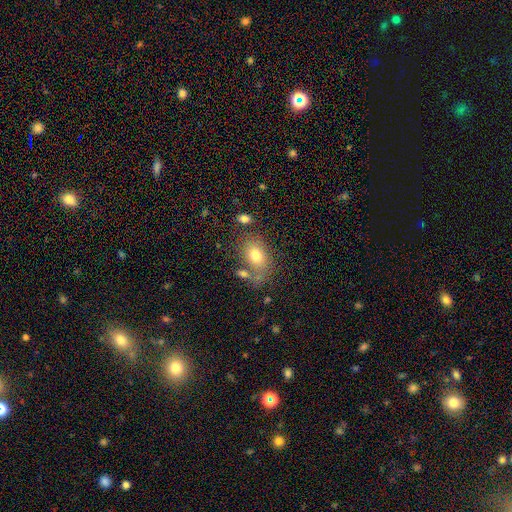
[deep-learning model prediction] smooth_or_featured: smooth (p=0.75) [alt: featured or disk p=0.15]
how_rounded: in between (p=0.78) [alt: round p=0.21]
merging: none (p=0.60) [alt: minor disturbance p=0.17]